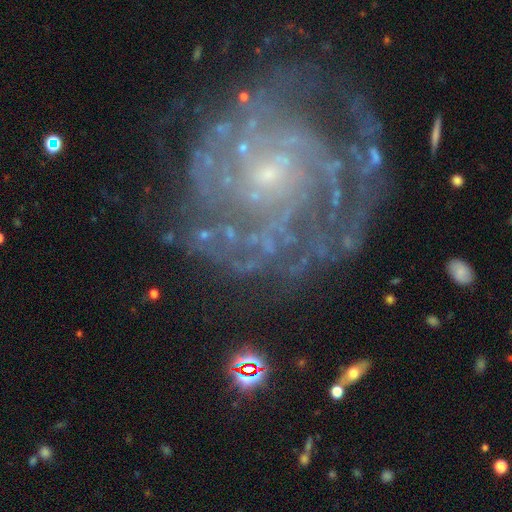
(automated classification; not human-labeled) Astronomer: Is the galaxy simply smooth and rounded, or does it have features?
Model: featured or disk — 86%.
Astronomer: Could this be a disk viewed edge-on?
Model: no — 98%.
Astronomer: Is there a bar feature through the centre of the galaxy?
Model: no — 69%.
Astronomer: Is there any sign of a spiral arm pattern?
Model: yes — 94%.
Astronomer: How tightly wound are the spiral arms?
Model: tight — 63%.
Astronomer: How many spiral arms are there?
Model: can't tell — 31% (runner-up: 2, 19%).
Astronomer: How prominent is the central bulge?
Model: small — 77%.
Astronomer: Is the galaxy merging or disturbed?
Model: none — 66%.